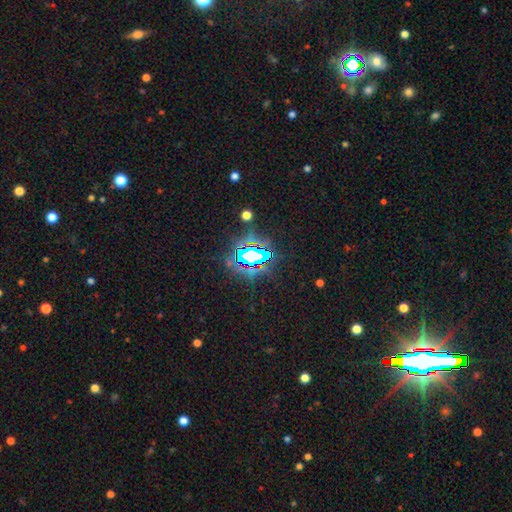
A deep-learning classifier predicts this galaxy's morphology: smooth_or_featured: star or artifact (p=0.72) [alt: smooth p=0.16]